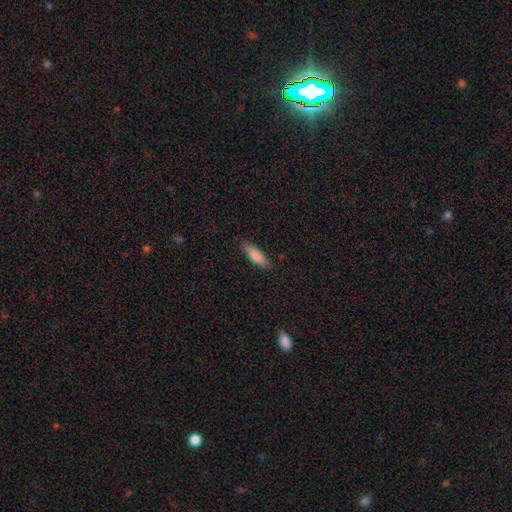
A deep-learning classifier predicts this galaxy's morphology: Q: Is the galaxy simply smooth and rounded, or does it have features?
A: smooth — 85%.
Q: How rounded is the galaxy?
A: in between — 62%.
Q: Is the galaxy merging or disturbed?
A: none — 80%.